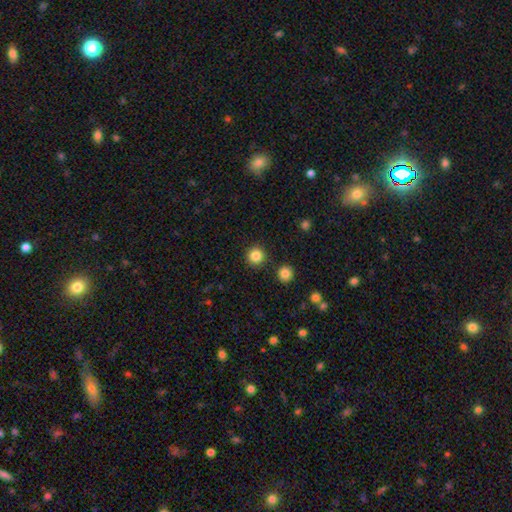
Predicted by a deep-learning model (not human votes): Smooth or featured? Predicted: smooth (p=0.84). How rounded? Predicted: round (p=0.95). Merging? Predicted: none (p=0.90).